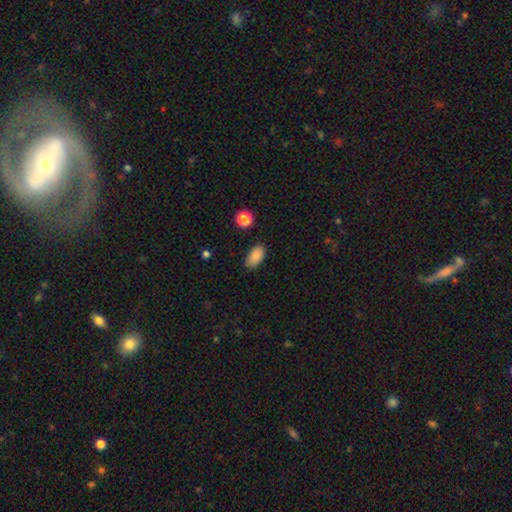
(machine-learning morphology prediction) Overall: smooth (87%). How rounded: in between (93%). Merging: none (85%).